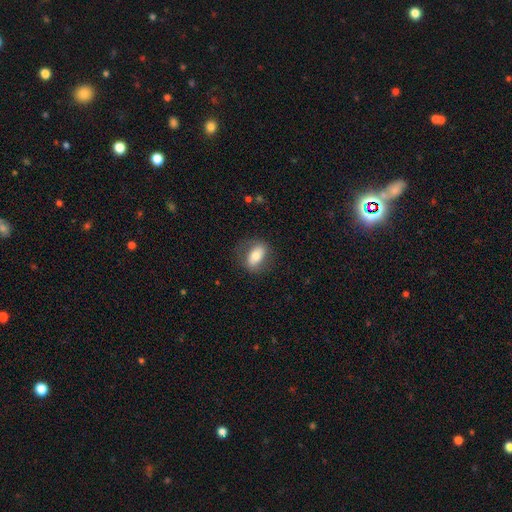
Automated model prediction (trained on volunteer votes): smooth_or_featured: smooth (p=0.69) [alt: featured or disk p=0.24]
how_rounded: in between (p=0.84) [alt: round p=0.11]
merging: none (p=0.75) [alt: minor disturbance p=0.17]